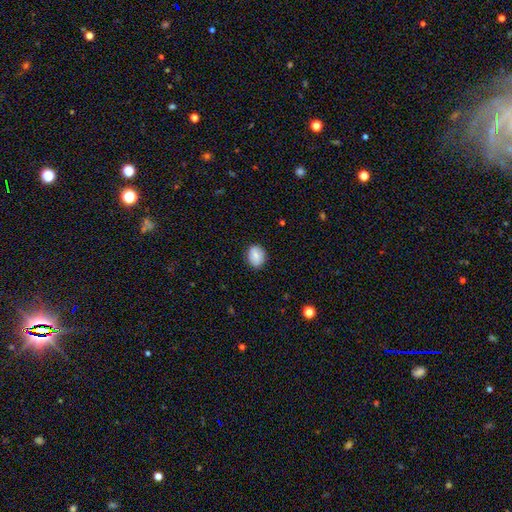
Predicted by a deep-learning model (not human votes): This is clearly a smooth galaxy (81%). How rounded: possibly round (52%). Merging: clearly none (85%).